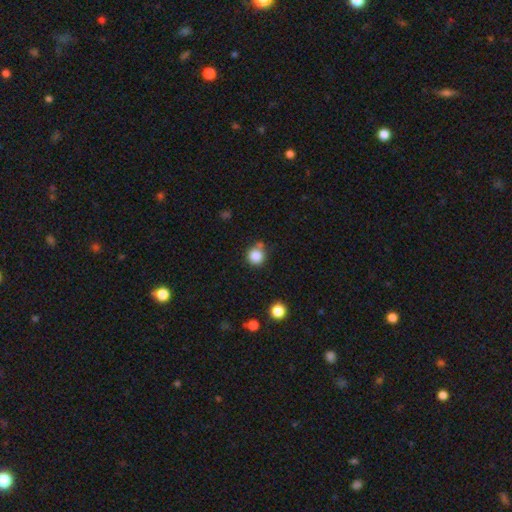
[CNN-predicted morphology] Overall: smooth (84%). How rounded: round (92%). Merging: none (68%).